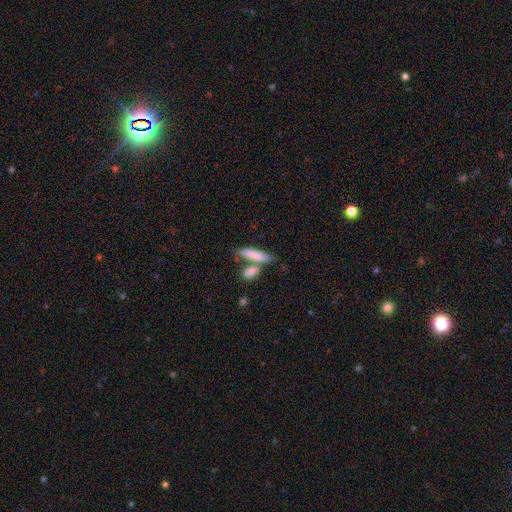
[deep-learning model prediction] This is clearly a smooth galaxy (81%). How rounded: likely cigar-shaped (63%). Merging: possibly none (50%).